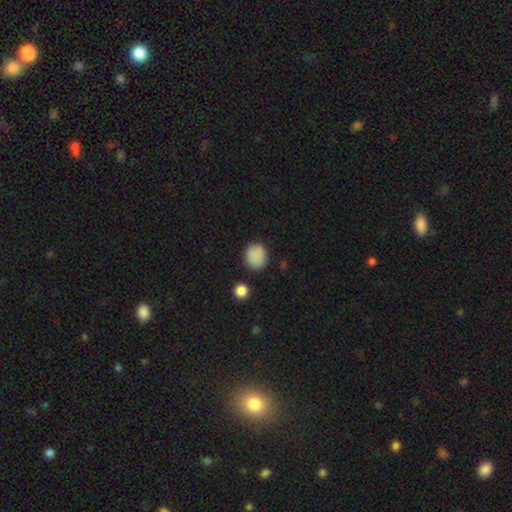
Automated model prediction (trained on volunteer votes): This is clearly a smooth galaxy (87%). How rounded: likely round (79%). Merging: clearly none (84%).